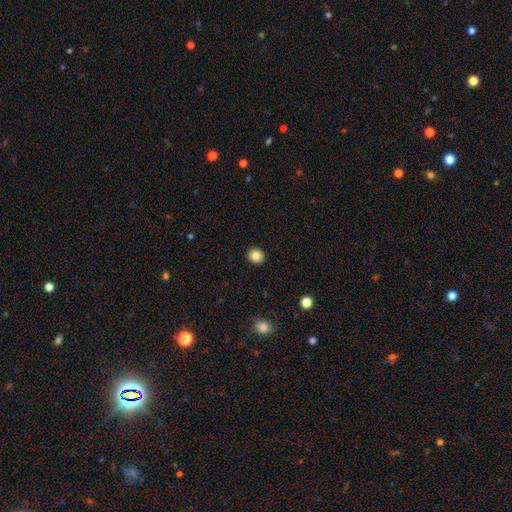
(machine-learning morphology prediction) The model was most divided on "how rounded": round: 84%, in between: 15%, cigar-shaped: 1%. More confident: merging — none (92%); smooth or featured — smooth (84%).